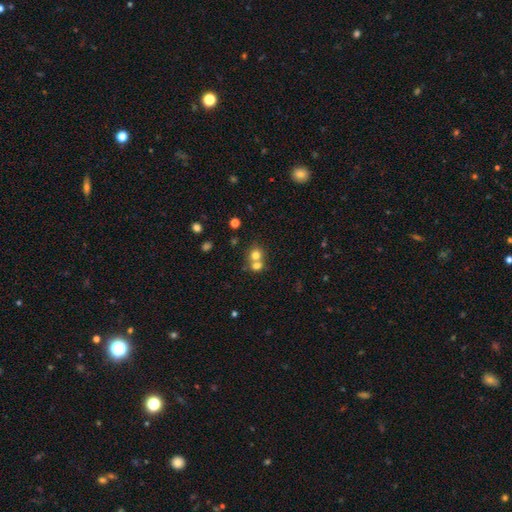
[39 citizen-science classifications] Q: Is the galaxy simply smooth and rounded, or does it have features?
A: smooth — 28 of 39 (72%).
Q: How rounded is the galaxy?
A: round — 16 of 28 (57%).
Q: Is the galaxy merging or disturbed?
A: merger — 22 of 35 (63%).